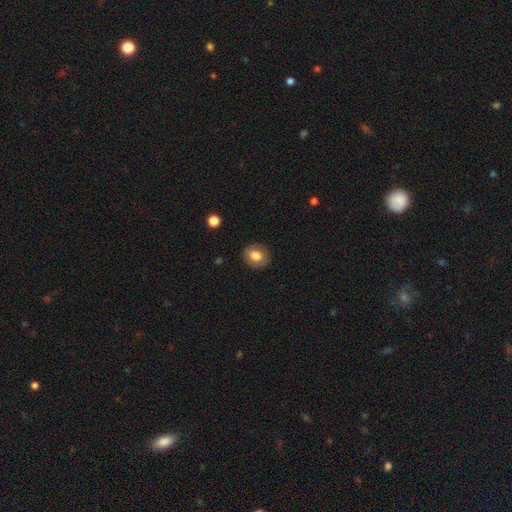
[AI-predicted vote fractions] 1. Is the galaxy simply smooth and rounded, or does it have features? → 76% smooth, 16% featured or disk, 9% star or artifact.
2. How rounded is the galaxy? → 76% round, 23% in between, 1% cigar-shaped.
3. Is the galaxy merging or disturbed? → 88% none, 9% minor disturbance, 2% major disturbance, 1% merger.